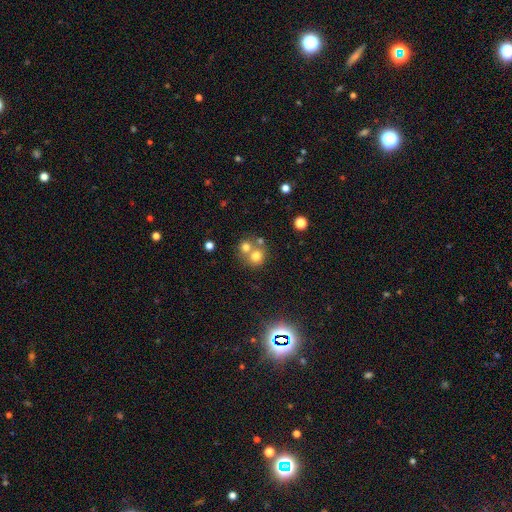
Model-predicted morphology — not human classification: smooth-or-featured: smooth: 72% | star or artifact: 15% | featured or disk: 13%
  how-rounded: round: 85% | in between: 14% | cigar-shaped: 1%
  merging: merger: 46% | none: 44% | minor disturbance: 6% | major disturbance: 3%